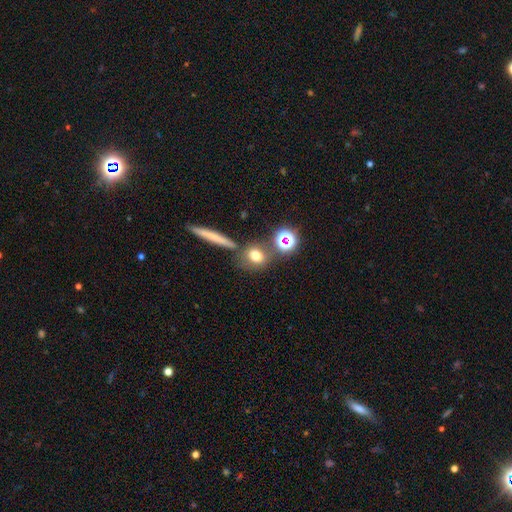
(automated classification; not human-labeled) The model was most divided on "how rounded": round: 61%, in between: 31%, cigar-shaped: 8%. More confident: smooth or featured — smooth (70%); merging — none (70%).